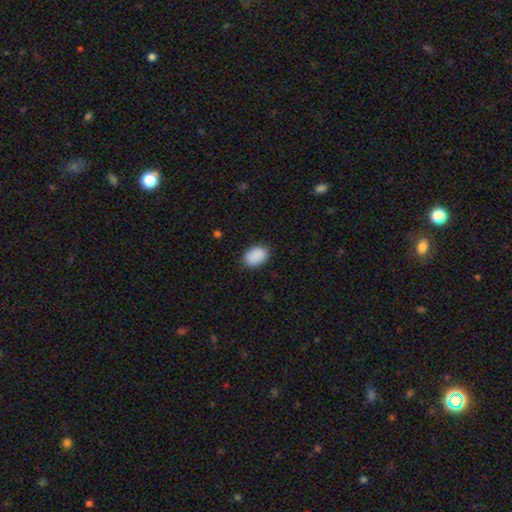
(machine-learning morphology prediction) smooth_or_featured: smooth (p=0.90) [alt: star or artifact p=0.07]
how_rounded: in between (p=0.79) [alt: round p=0.20]
merging: none (p=0.85) [alt: minor disturbance p=0.11]